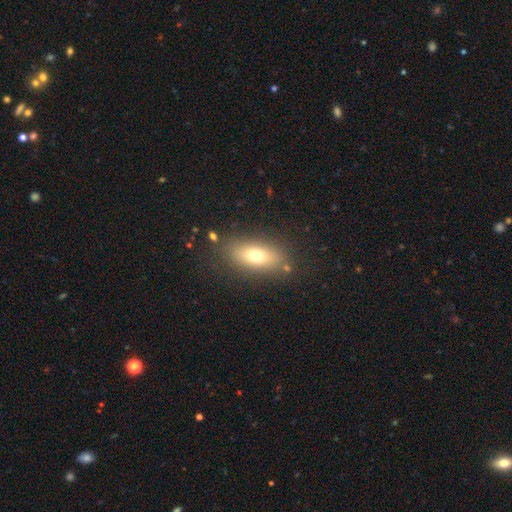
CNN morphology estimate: type=smooth (70%); roundness=in between (80%); merging=none (82%).